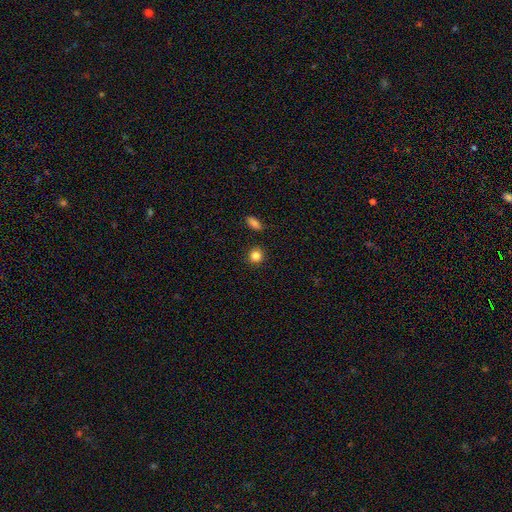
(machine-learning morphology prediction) Overall: smooth (84%). How rounded: round (90%). Merging: none (90%).